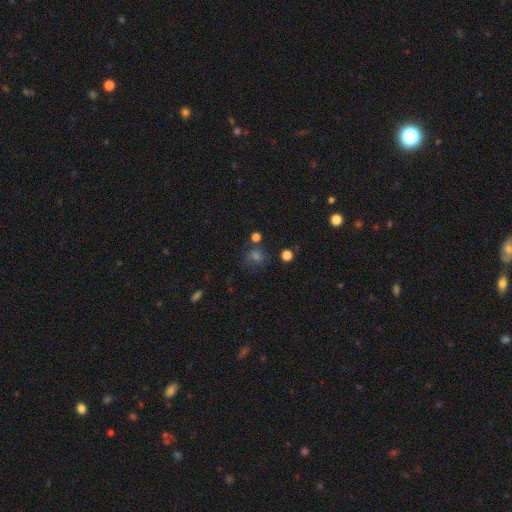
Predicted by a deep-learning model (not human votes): Q: Smooth or featured?
A: smooth (57%); runner-up: star or artifact (31%)
Q: How rounded?
A: round (78%); runner-up: in between (21%)
Q: Merging?
A: none (70%); runner-up: minor disturbance (14%)